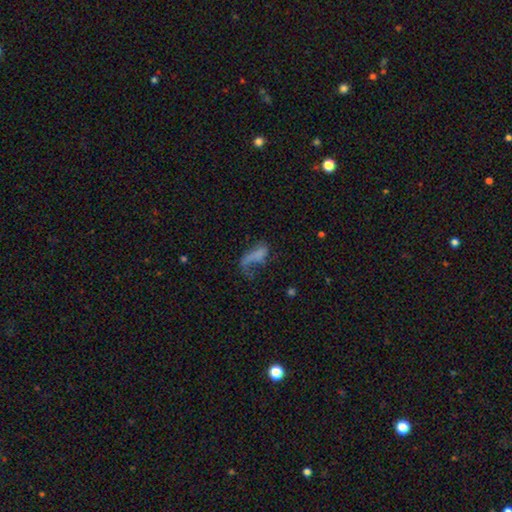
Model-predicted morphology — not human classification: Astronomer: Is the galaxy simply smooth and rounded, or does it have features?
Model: smooth — 48% (runner-up: featured or disk, 38%).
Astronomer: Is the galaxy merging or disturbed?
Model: major disturbance — 52%.